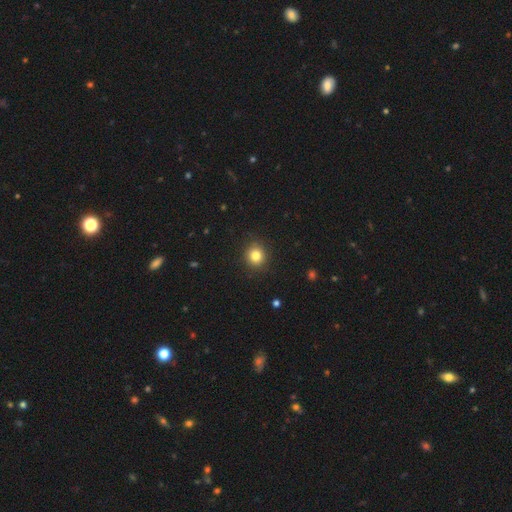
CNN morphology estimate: A smooth galaxy with no disk features (82%) that is round (89%).

Vote fractions:
- Smooth or featured? smooth: 82% / star or artifact: 12% / featured or disk: 6%
- How rounded? round: 89% / in between: 10% / cigar-shaped: 1%
- Merging? none: 90% / minor disturbance: 7% / major disturbance: 2% / merger: 1%